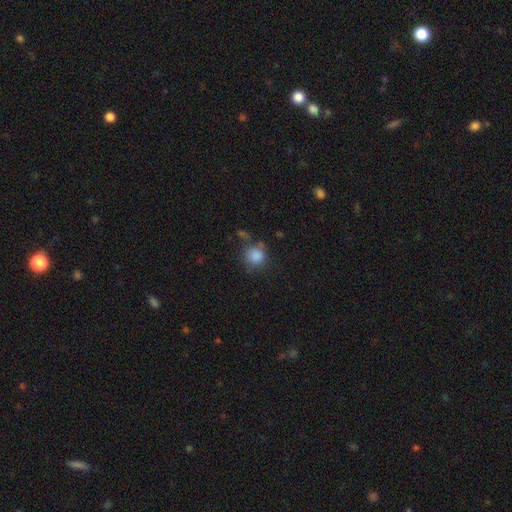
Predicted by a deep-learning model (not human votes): smooth-or-featured: smooth: 86% | star or artifact: 9% | featured or disk: 4%
  how-rounded: round: 90% | in between: 9% | cigar-shaped: 1%
  merging: none: 70% | minor disturbance: 16% | merger: 7% | major disturbance: 6%